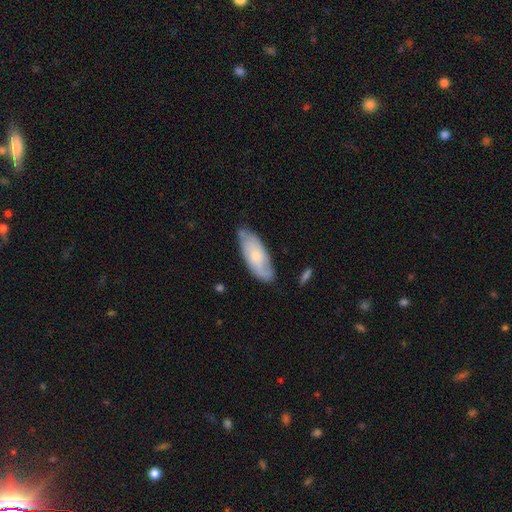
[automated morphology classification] Overall: smooth (53%; featured or disk 41%). How rounded: in between (80%). Merging: none (66%).